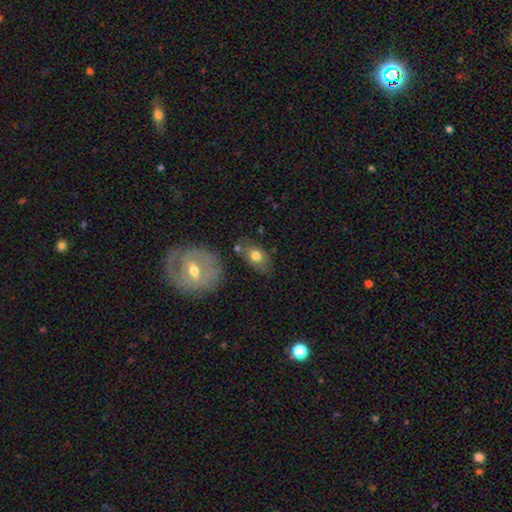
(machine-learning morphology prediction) type=smooth (69%); roundness=in between (81%); merging=none (66%).